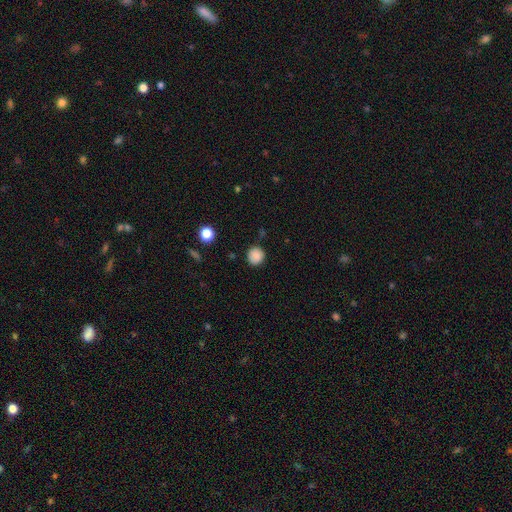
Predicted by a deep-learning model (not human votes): Smooth or featured: smooth — 86% (star or artifact — 10%)
How rounded: round — 90% (in between — 9%)
Merging: none — 86% (minor disturbance — 10%)